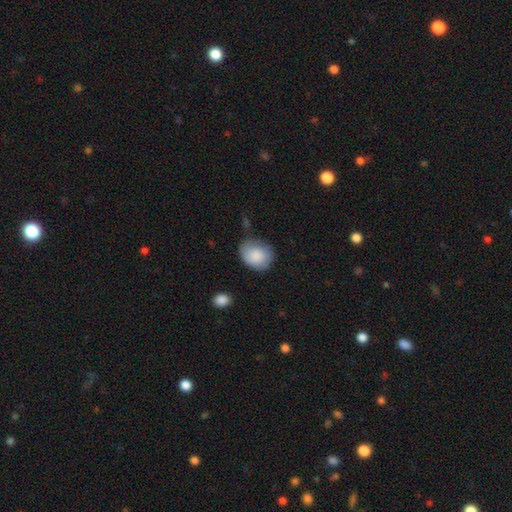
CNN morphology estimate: smooth 84%, featured or disk 10%, star or artifact 6%. Down the decision tree: how rounded — in between (53%); merging — none (57%).